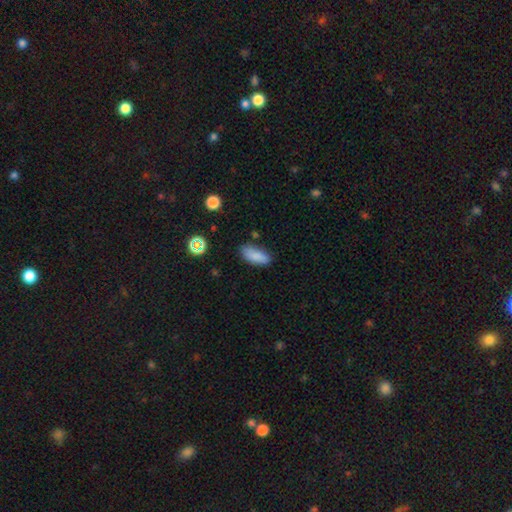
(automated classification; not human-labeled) smooth 85%, star or artifact 9%, featured or disk 6%. Down the decision tree: how rounded — in between (81%); merging — none (74%).